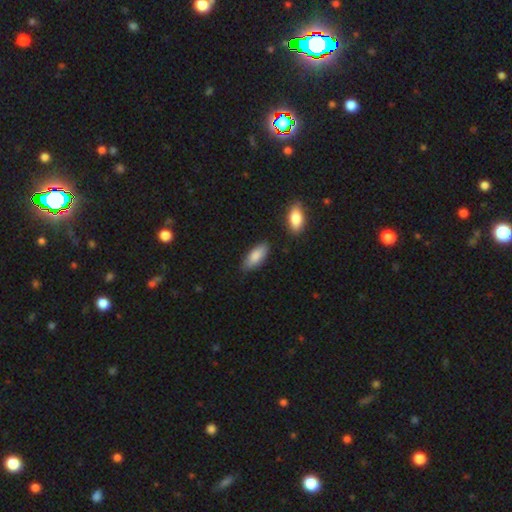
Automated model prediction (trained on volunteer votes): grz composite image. It shows a smooth galaxy with no disk features (86%) that is in between round and cigar-shaped (82%). Merging: none (78%).